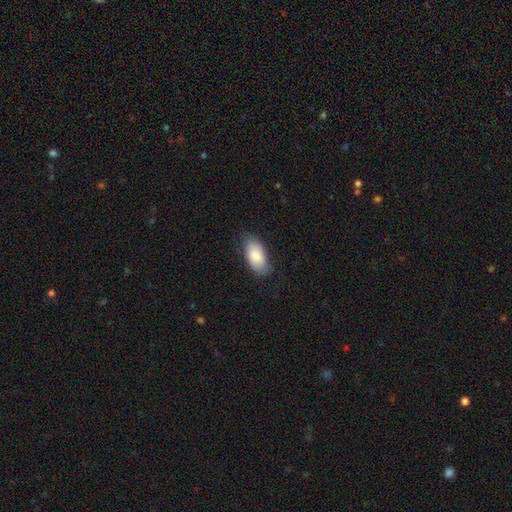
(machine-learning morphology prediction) Overall: smooth (83%). How rounded: in between (94%). Merging: none (76%).